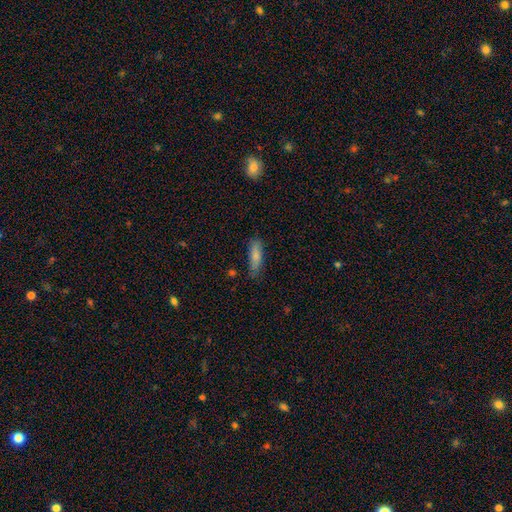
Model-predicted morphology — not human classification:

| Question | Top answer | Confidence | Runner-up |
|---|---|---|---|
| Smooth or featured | smooth | 80% | featured or disk (13%) |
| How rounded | cigar-shaped | 57% | in between (41%) |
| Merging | none | 75% | minor disturbance (19%) |